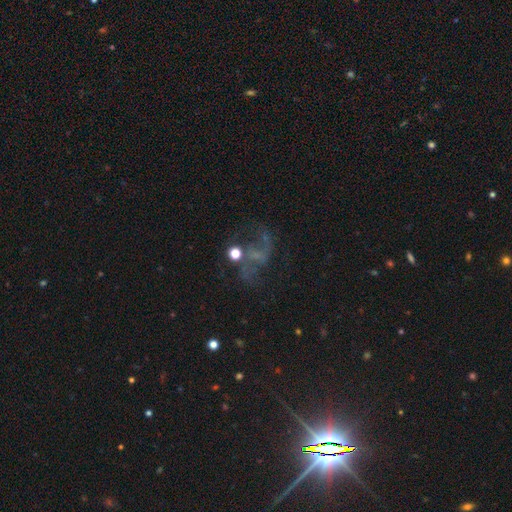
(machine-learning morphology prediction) Overall: featured or disk (58%; star or artifact 25%). Edge-on disk: no (97%). Bar: no (60%; weak 31%). Spiral arms: yes (70%). Bulge size: none (45%; small 34%). Merging: none (42%; major disturbance 32%).